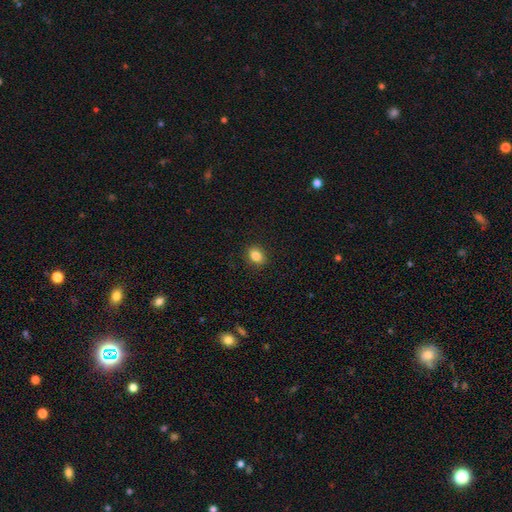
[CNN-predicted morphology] This appears to be a smooth galaxy with no disk features (85%) that is in between round and cigar-shaped (61%). Merging: none (90%).